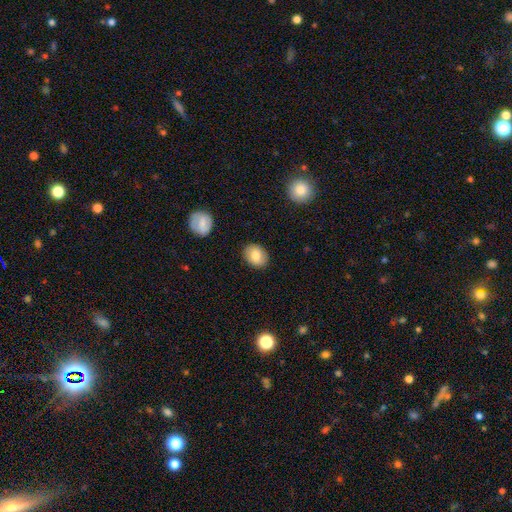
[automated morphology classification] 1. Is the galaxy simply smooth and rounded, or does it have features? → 79% smooth, 13% featured or disk, 8% star or artifact.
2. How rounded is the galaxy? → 56% in between, 43% round, 1% cigar-shaped.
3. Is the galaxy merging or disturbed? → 88% none, 9% minor disturbance, 2% major disturbance, 1% merger.